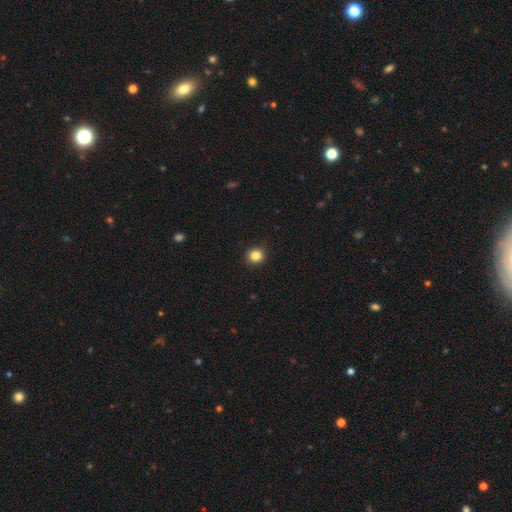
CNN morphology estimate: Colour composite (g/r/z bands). It shows a smooth galaxy with no disk features (84%) that is round (87%). Merging: none (91%).